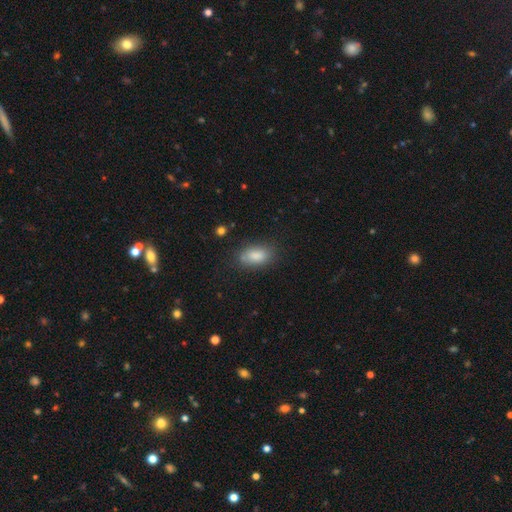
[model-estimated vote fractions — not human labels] This appears to be a smooth galaxy with no disk features (85%) that is in between round and cigar-shaped (90%). Merging: none (75%).